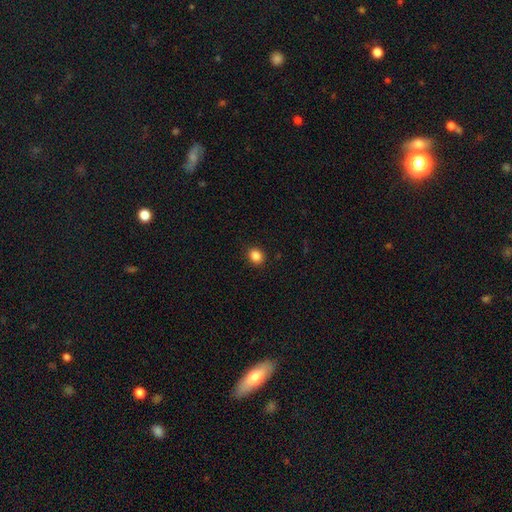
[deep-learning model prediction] Overall: smooth (86%). How rounded: round (63%; in between 36%). Merging: none (90%).